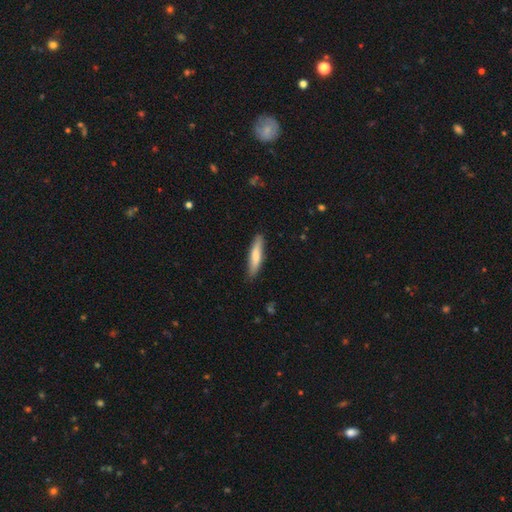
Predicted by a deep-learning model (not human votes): A smooth galaxy with no disk features (73%) that is cigar-shaped (85%).

Vote fractions:
- Smooth or featured? smooth: 73% / featured or disk: 21% / star or artifact: 5%
- How rounded? cigar-shaped: 85% / in between: 14% / round: 1%
- Merging? none: 87% / minor disturbance: 10% / major disturbance: 2% / merger: 1%